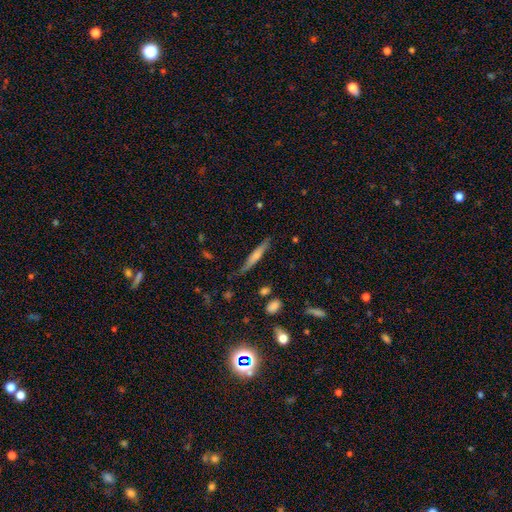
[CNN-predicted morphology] Smooth or featured? Predicted: smooth (p=0.55). How rounded? Predicted: cigar-shaped (p=0.91). Merging? Predicted: none (p=0.76).